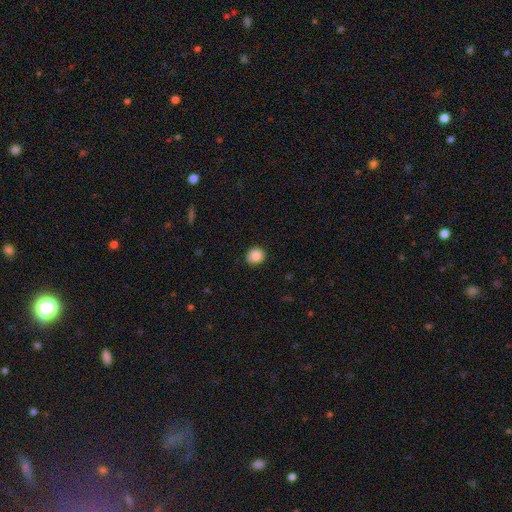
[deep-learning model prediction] The model was most divided on "how rounded": round: 75%, in between: 24%, cigar-shaped: 1%. More confident: smooth or featured — smooth (88%); merging — none (88%).